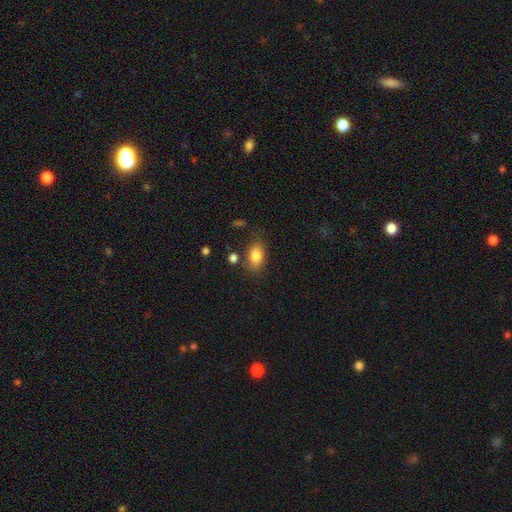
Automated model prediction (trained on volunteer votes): Smooth or featured?
  - smooth: 83% *
  - featured or disk: 9%
  - star or artifact: 8%
How rounded?
  - in between: 84% *
  - round: 14%
  - cigar-shaped: 2%
Merging?
  - none: 71% *
  - minor disturbance: 18%
  - major disturbance: 5%
  - merger: 5%